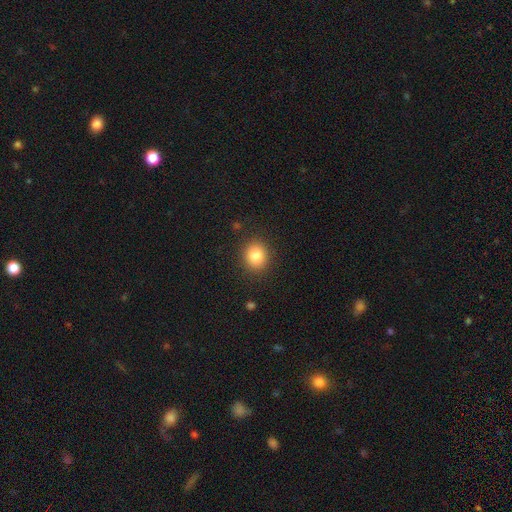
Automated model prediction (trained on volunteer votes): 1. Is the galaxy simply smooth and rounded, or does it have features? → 84% smooth, 10% star or artifact, 6% featured or disk.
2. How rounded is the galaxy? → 78% round, 21% in between, 1% cigar-shaped.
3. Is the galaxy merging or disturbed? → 89% none, 8% minor disturbance, 3% major disturbance, 1% merger.